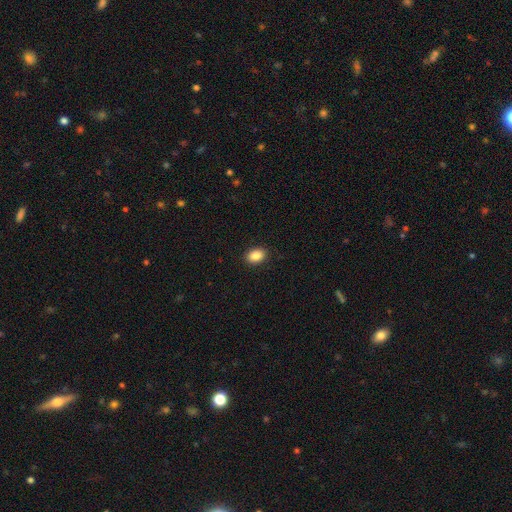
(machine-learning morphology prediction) A smooth galaxy with no disk features (87%) that is in between round and cigar-shaped (75%). Merging: none (91%).